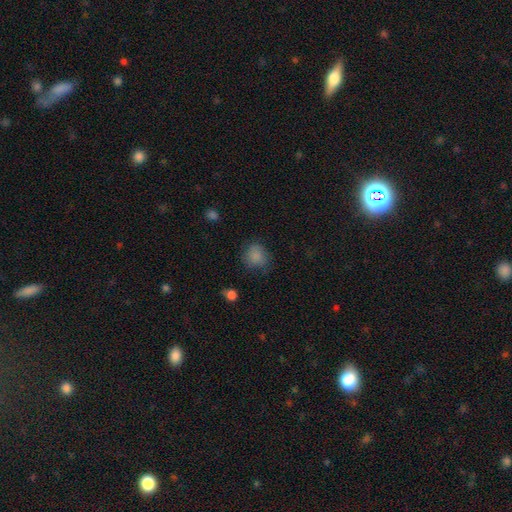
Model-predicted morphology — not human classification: smooth-or-featured: smooth: 84% | star or artifact: 10% | featured or disk: 6%
  how-rounded: round: 75% | in between: 24% | cigar-shaped: 1%
  merging: none: 71% | minor disturbance: 21% | major disturbance: 7% | merger: 2%